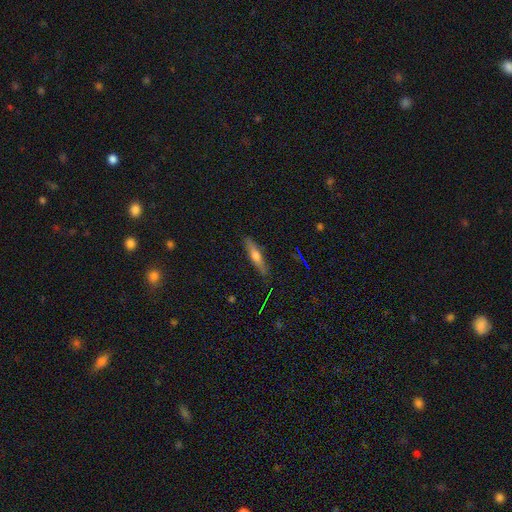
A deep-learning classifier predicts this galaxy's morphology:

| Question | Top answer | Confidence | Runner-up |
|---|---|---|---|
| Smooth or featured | smooth | 50% | featured or disk (41%) |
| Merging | none | 84% | minor disturbance (12%) |